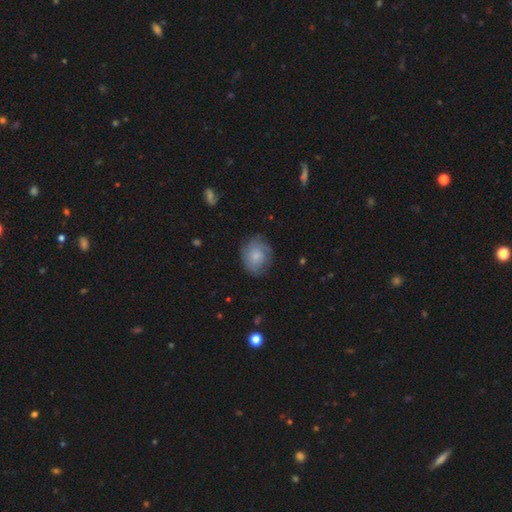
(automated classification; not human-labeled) smooth_or_featured: smooth (p=0.66) [alt: featured or disk p=0.26]
how_rounded: round (p=0.66) [alt: in between p=0.33]
merging: none (p=0.68) [alt: minor disturbance p=0.22]